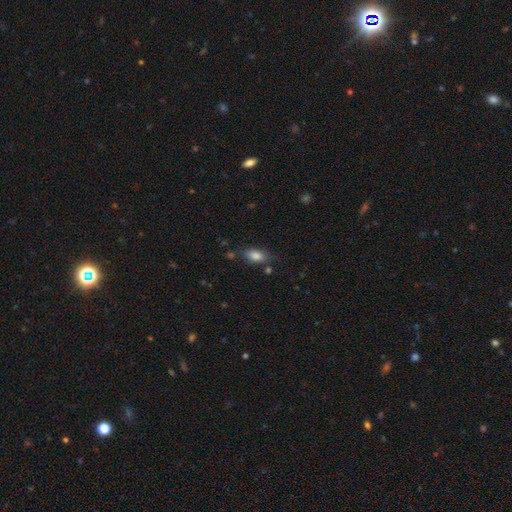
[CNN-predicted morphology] type=smooth (83%); roundness=in between (87%); merging=none (70%).